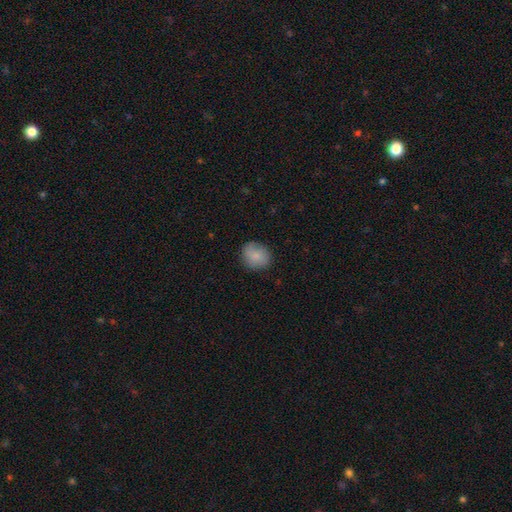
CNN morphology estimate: smooth-or-featured: smooth: 84% | featured or disk: 9% | star or artifact: 7%
  how-rounded: round: 73% | in between: 26% | cigar-shaped: 1%
  merging: none: 83% | minor disturbance: 13% | major disturbance: 3% | merger: 1%